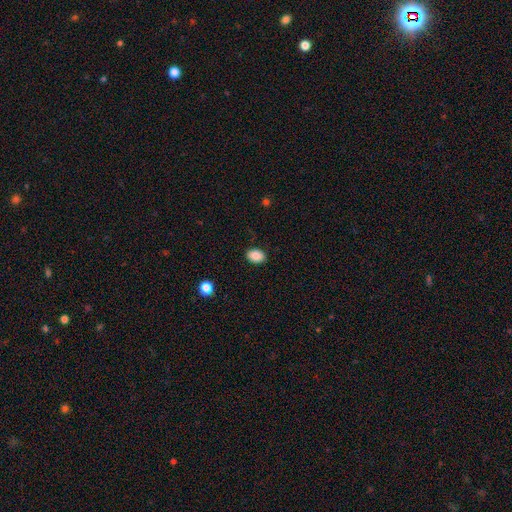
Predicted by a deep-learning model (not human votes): This appears to be a smooth galaxy with no disk features (87%) that is in between round and cigar-shaped (76%). Merging: none (88%).